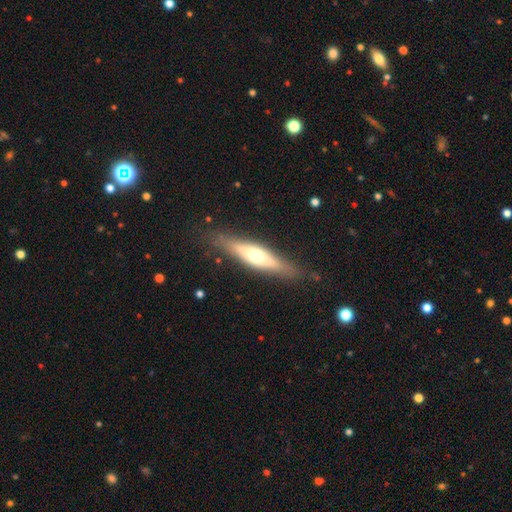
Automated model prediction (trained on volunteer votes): smooth_or_featured: featured or disk (p=0.52) [alt: smooth p=0.42]
disk_edge_on: yes (p=0.87) [alt: no p=0.13]
merging: none (p=0.83) [alt: minor disturbance p=0.12]